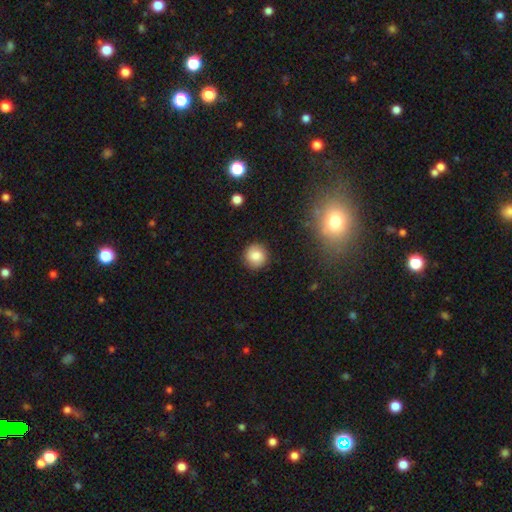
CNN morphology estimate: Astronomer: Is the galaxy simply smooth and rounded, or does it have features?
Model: smooth — 80%.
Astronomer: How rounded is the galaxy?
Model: round — 92%.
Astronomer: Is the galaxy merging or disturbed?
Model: none — 88%.